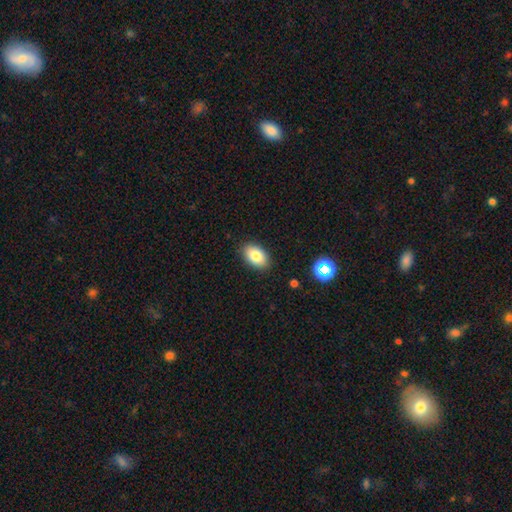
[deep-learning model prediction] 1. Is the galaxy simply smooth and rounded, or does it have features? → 83% smooth, 9% featured or disk, 8% star or artifact.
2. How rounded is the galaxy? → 91% in between, 8% round, 1% cigar-shaped.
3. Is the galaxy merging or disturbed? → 88% none, 9% minor disturbance, 2% major disturbance, 1% merger.